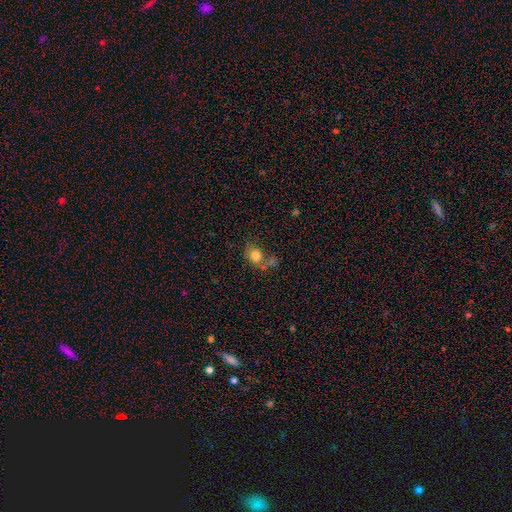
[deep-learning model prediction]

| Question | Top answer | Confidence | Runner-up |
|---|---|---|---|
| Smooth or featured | smooth | 79% | featured or disk (11%) |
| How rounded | round | 62% | in between (37%) |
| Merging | none | 45% | merger (27%) |